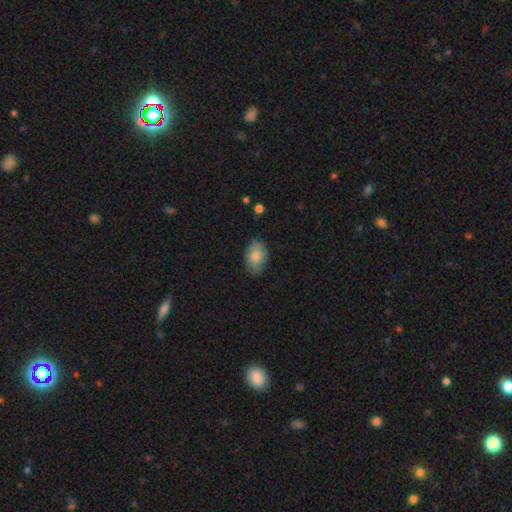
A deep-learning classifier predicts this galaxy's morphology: smooth_or_featured: smooth (p=0.83) [alt: featured or disk p=0.10]
how_rounded: in between (p=0.87) [alt: round p=0.12]
merging: none (p=0.78) [alt: minor disturbance p=0.17]